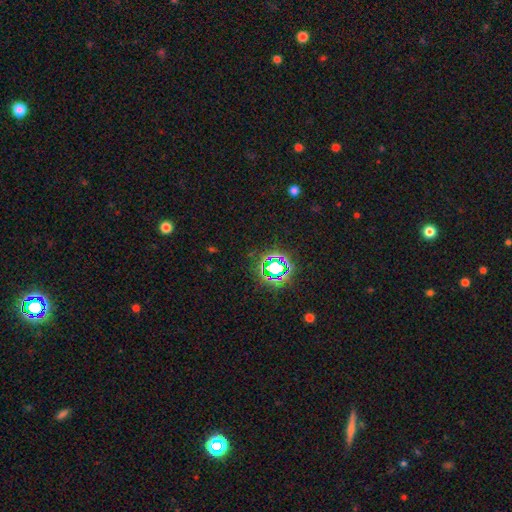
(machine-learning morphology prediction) Smooth or featured?
  - star or artifact: 76% *
  - smooth: 16%
  - featured or disk: 7%